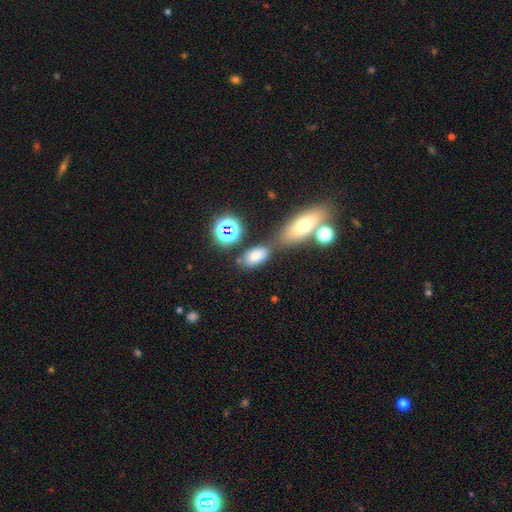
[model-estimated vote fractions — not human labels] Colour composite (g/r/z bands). It shows a smooth galaxy with no disk features (74%) that is in between round and cigar-shaped (88%). Merging: none (59%).